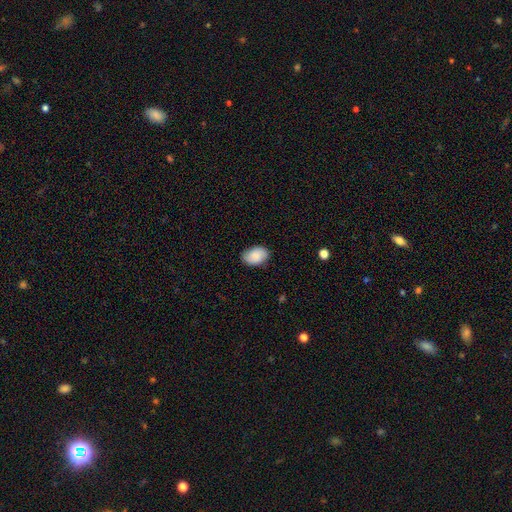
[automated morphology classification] Q: Smooth or featured?
A: smooth (87%); runner-up: star or artifact (6%)
Q: How rounded?
A: in between (86%); runner-up: round (13%)
Q: Merging?
A: none (83%); runner-up: minor disturbance (13%)